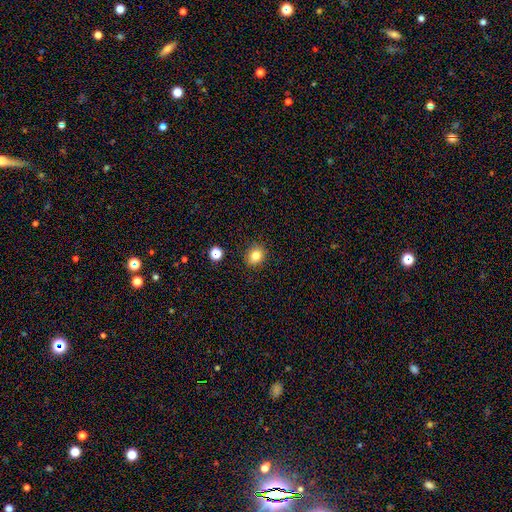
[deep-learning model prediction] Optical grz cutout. It shows a smooth galaxy with no disk features (81%) that is round (70%). Merging: none (87%).